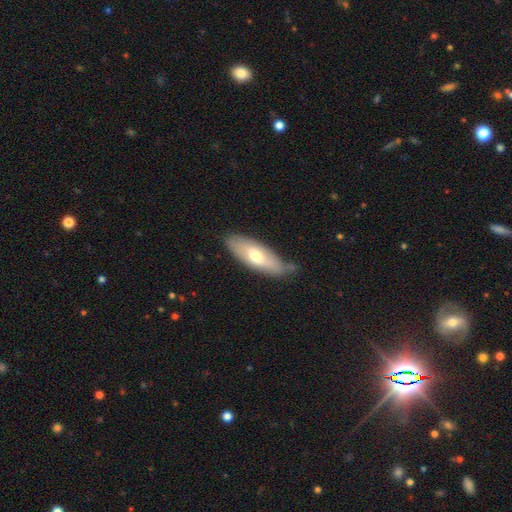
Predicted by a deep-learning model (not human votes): Q: Smooth or featured?
A: smooth (60%); runner-up: featured or disk (34%)
Q: How rounded?
A: in between (68%); runner-up: cigar-shaped (30%)
Q: Merging?
A: none (63%); runner-up: minor disturbance (28%)